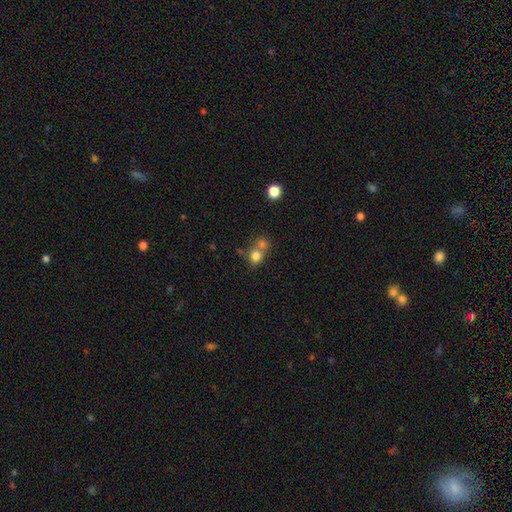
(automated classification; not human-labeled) Smooth or featured: smooth — 77% (star or artifact — 12%)
How rounded: round — 81% (in between — 18%)
Merging: merger — 50% (none — 40%)